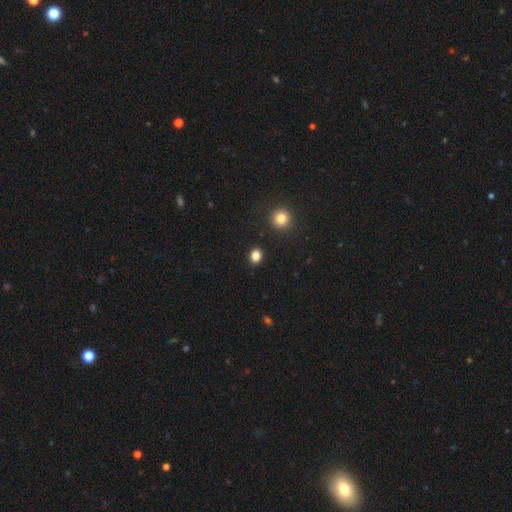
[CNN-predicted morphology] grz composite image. It shows a smooth galaxy with no disk features (84%) that is round (52%). Merging: none (89%).